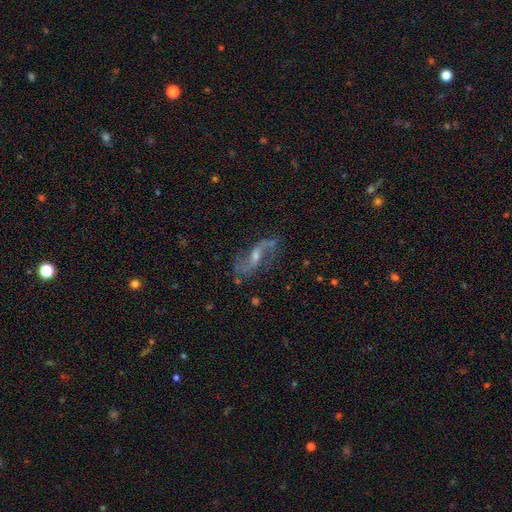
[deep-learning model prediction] Morphology: type=featured or disk (82%); edge-on=no (92%); bar=weak (47%); spiral arms=yes (94%); winding=loose (61%); arm count=2 (89%); bulge=moderate (48%); merging=none (76%).